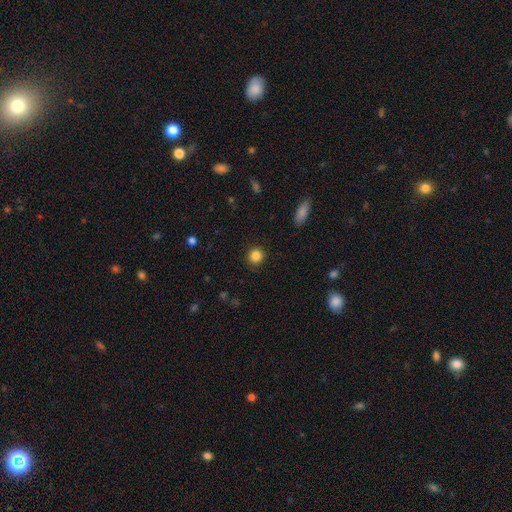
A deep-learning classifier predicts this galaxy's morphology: smooth 85%, star or artifact 11%, featured or disk 4%. Down the decision tree: how rounded — round (88%); merging — none (89%).